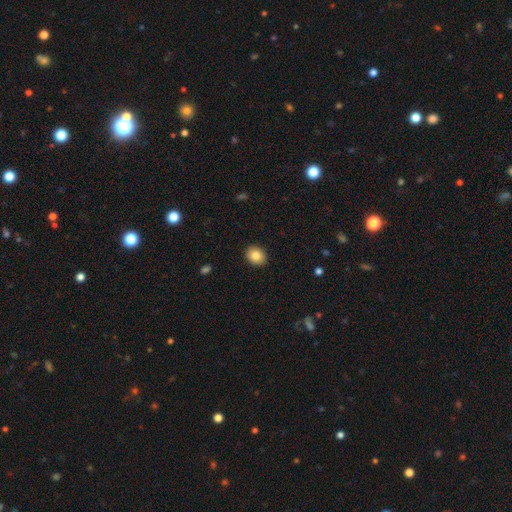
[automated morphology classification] Smooth or featured? Predicted: smooth (p=0.85). How rounded? Predicted: round (p=0.62). Merging? Predicted: none (p=0.91).